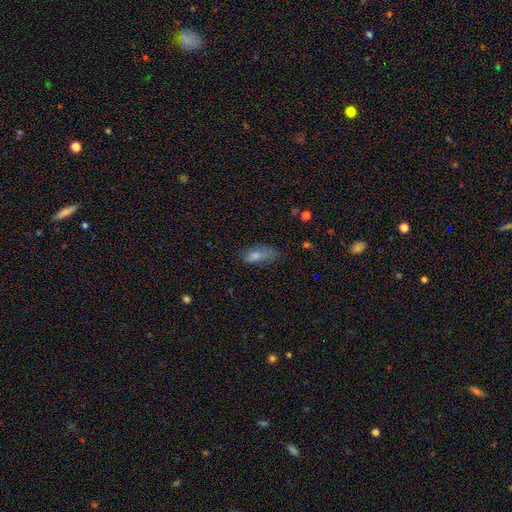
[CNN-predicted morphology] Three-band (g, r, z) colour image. It shows a smooth galaxy with no disk features (62%) that is in between round and cigar-shaped (70%). Merging: none (50%).